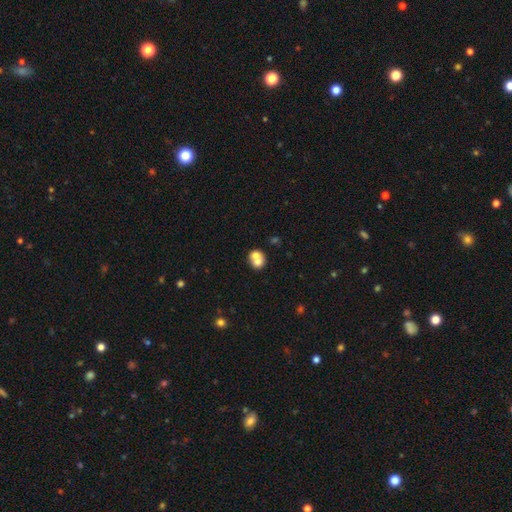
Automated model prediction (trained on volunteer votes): Smooth or featured: smooth — 67% (featured or disk — 24%)
How rounded: round — 72% (in between — 27%)
Merging: merger — 63% (none — 28%)